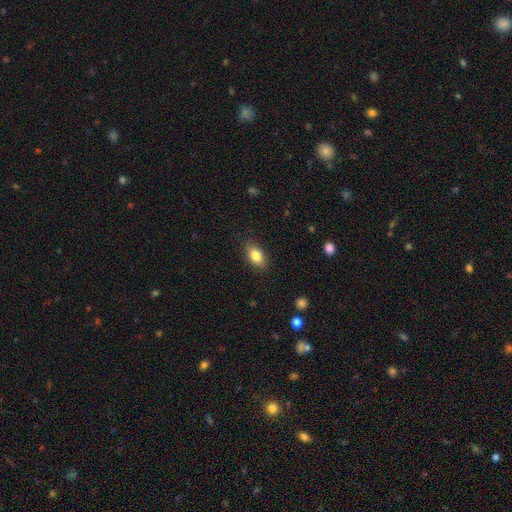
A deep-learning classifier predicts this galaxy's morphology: type=smooth (83%); roundness=in between (88%); merging=none (85%).